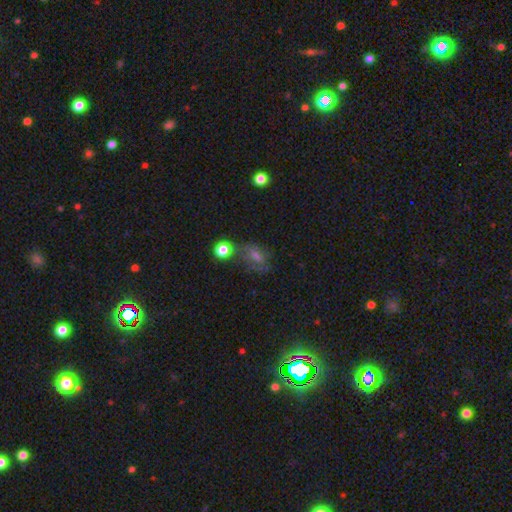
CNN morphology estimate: Smooth or featured? Predicted: featured or disk (p=0.34). Merging? Predicted: none (p=0.56).